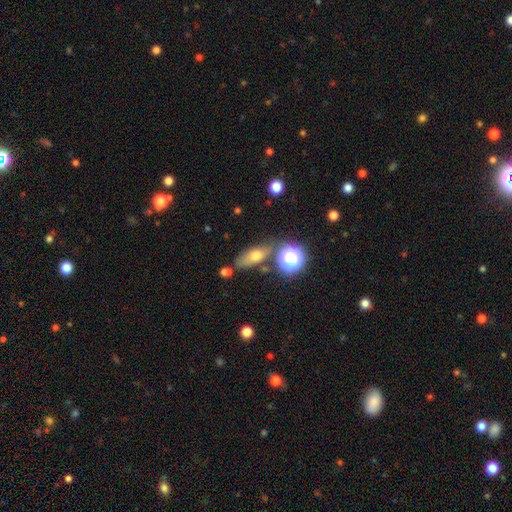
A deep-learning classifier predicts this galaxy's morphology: The model was most divided on "smooth or featured": smooth: 64%, featured or disk: 19%, star or artifact: 17%. More confident: merging — none (67%); how rounded — in between (67%).